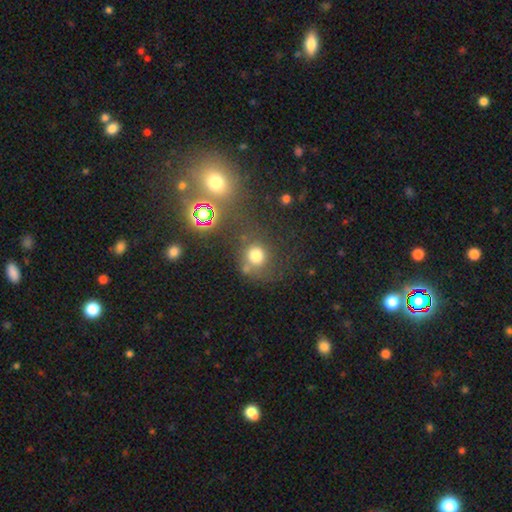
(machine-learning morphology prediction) A smooth galaxy with no disk features (72%) that is round (85%). Merging: none (63%).